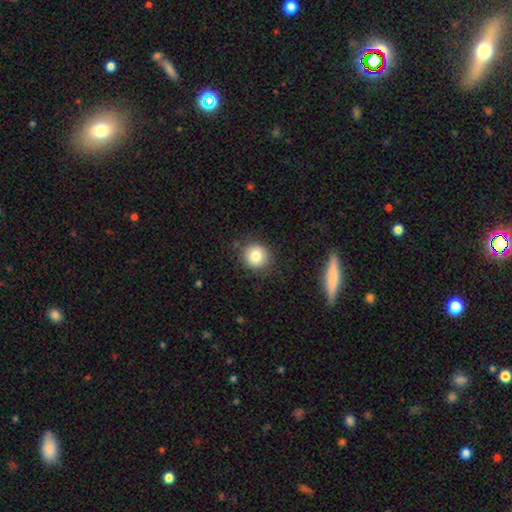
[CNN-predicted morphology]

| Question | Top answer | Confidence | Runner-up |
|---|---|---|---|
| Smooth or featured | smooth | 82% | star or artifact (10%) |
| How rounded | round | 91% | in between (8%) |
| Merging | none | 86% | minor disturbance (10%) |